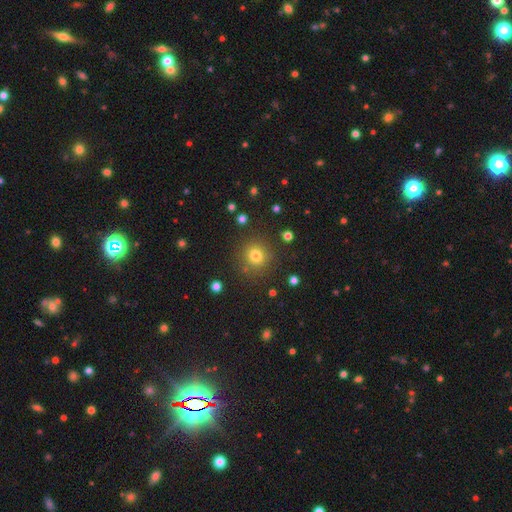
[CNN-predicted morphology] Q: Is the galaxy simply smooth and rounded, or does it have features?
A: smooth — 77%.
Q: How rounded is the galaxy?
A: round — 92%.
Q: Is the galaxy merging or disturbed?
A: none — 86%.